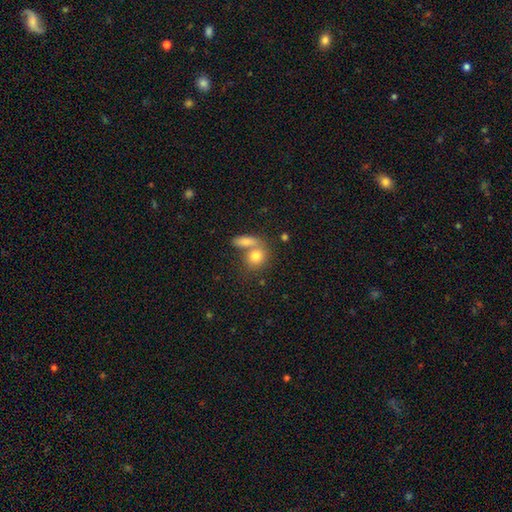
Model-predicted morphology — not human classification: A smooth galaxy with no disk features (78%) that is round (56%).

Vote fractions:
- Smooth or featured? smooth: 78% / featured or disk: 14% / star or artifact: 8%
- How rounded? round: 56% / in between: 40% / cigar-shaped: 3%
- Merging? merger: 47% / none: 40% / minor disturbance: 9% / major disturbance: 4%